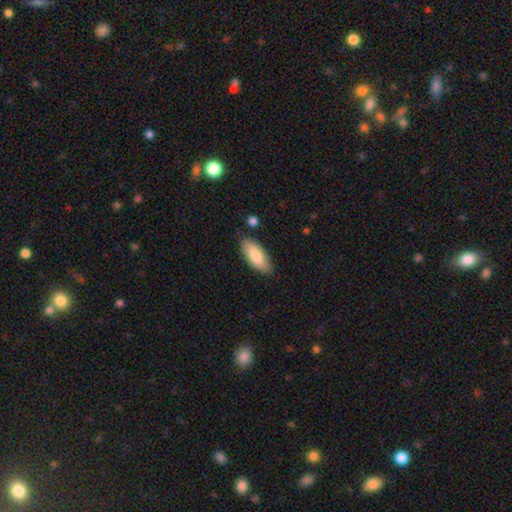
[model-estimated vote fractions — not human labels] Smooth or featured: smooth — 82% (featured or disk — 12%)
How rounded: in between — 82% (cigar-shaped — 16%)
Merging: none — 84% (minor disturbance — 12%)